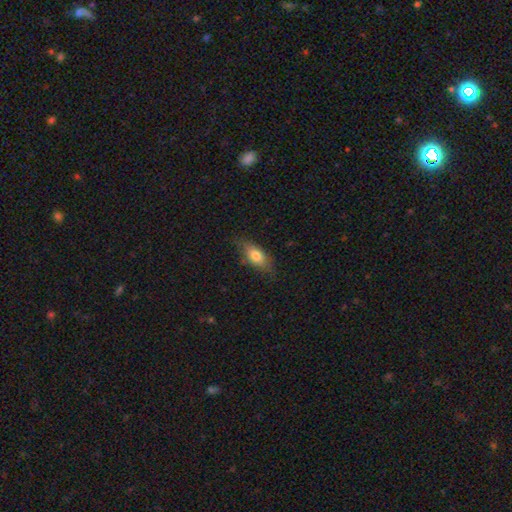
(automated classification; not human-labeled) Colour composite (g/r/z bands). It shows a smooth galaxy with no disk features (74%) that is in between round and cigar-shaped (81%). Merging: none (73%).